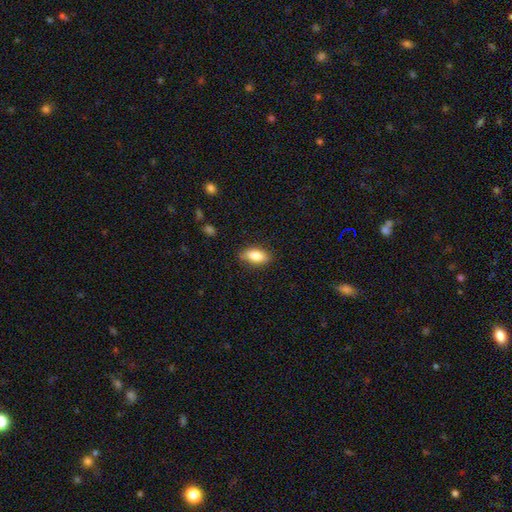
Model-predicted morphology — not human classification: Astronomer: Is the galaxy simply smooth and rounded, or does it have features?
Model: smooth — 82%.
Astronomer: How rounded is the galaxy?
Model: in between — 85%.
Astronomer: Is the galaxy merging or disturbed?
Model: none — 82%.